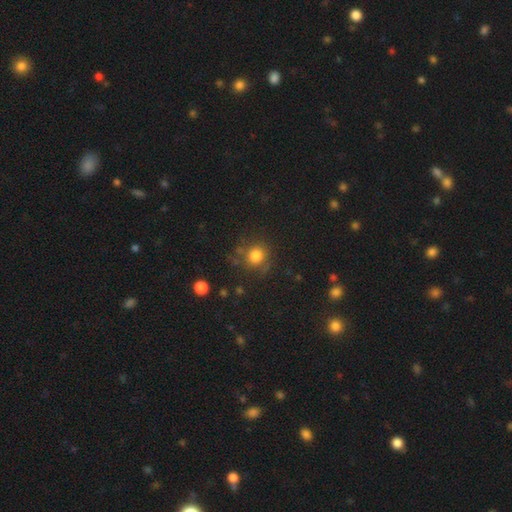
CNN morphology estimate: This appears to be a smooth galaxy with no disk features (80%) that is round (85%). Merging: none (74%).